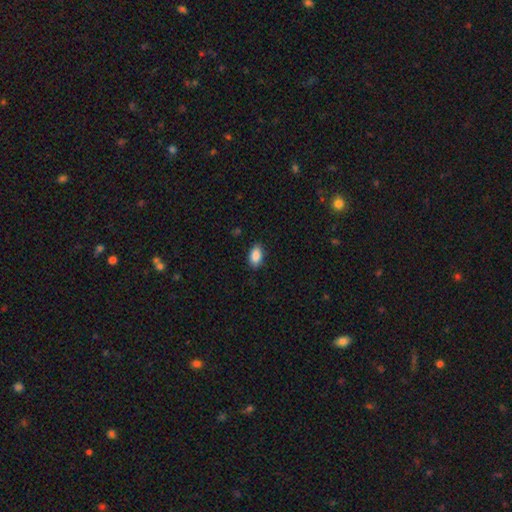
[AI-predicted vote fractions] Overall: smooth (89%). How rounded: in between (92%). Merging: none (86%).